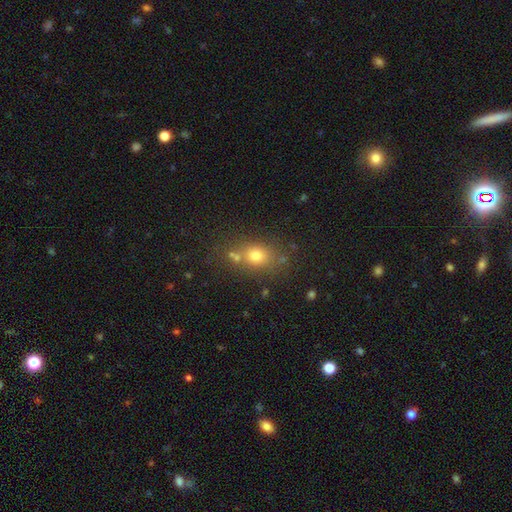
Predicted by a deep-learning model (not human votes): Smooth or featured? smooth (70%)
How rounded? round (53%)
Merging? none (65%)